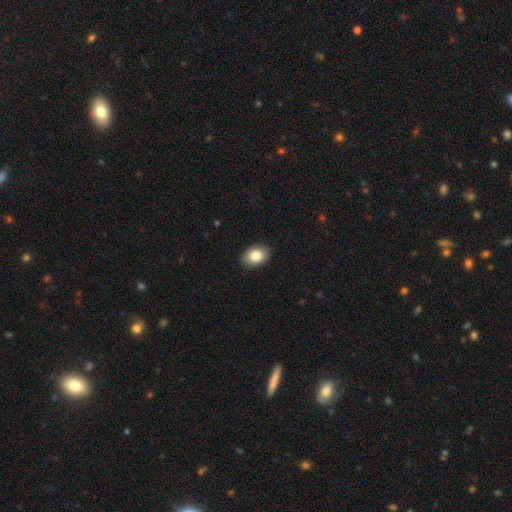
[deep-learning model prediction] smooth 85%, featured or disk 8%, star or artifact 7%. Down the decision tree: how rounded — in between (79%); merging — none (89%).